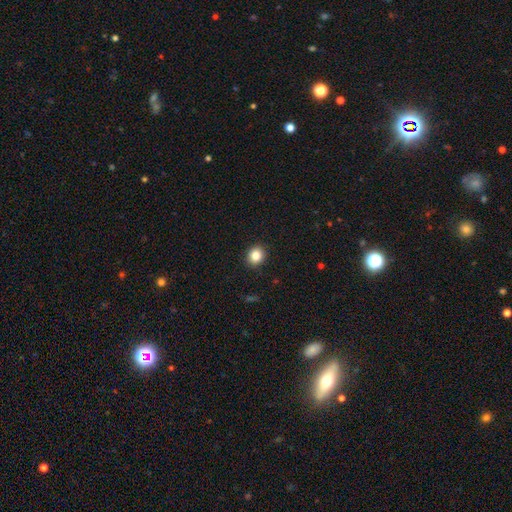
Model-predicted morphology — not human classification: The model was most divided on "how rounded": round: 72%, in between: 27%, cigar-shaped: 1%. More confident: merging — none (91%); smooth or featured — smooth (85%).